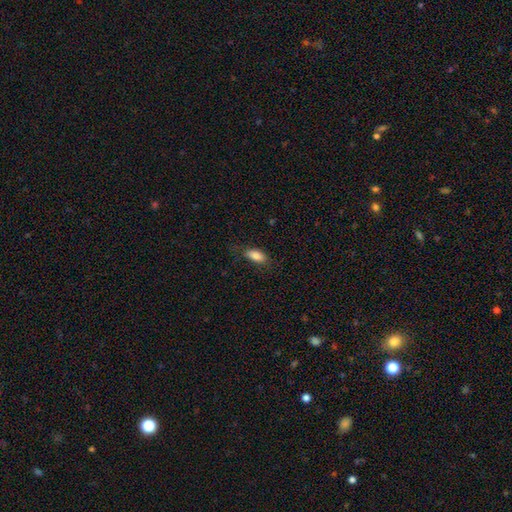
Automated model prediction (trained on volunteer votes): Smooth or featured: smooth — 86% (featured or disk — 7%)
How rounded: in between — 86% (cigar-shaped — 11%)
Merging: none — 77% (minor disturbance — 17%)